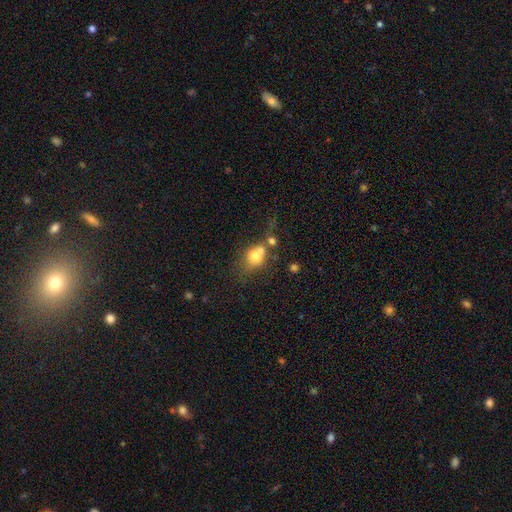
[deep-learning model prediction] Morphology: type=smooth (72%); roundness=round (64%); merging=merger (45%).